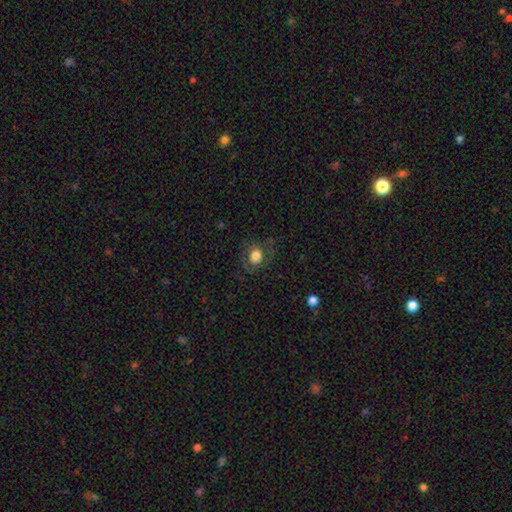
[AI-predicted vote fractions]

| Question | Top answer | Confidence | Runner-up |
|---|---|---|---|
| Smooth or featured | smooth | 65% | featured or disk (24%) |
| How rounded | round | 65% | in between (34%) |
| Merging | none | 72% | minor disturbance (17%) |